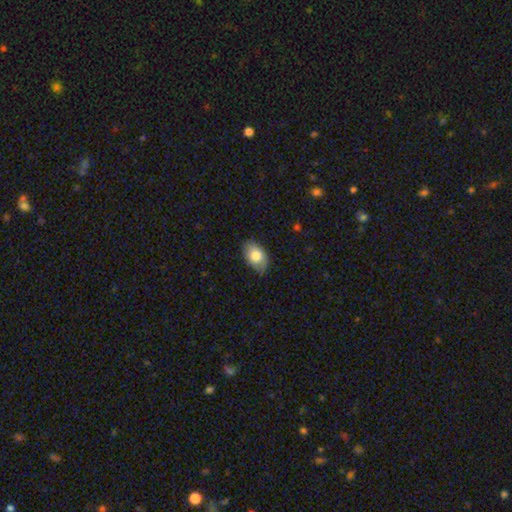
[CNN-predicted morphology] smooth 79%, featured or disk 14%, star or artifact 7%. Down the decision tree: how rounded — in between (90%); merging — none (79%).